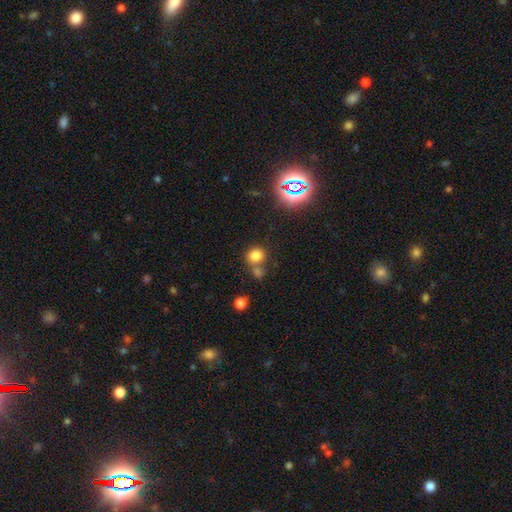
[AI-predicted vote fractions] The model was most divided on "merging": none: 59%, merger: 27%, minor disturbance: 10%, major disturbance: 4%. More confident: how rounded — round (81%); smooth or featured — smooth (77%).